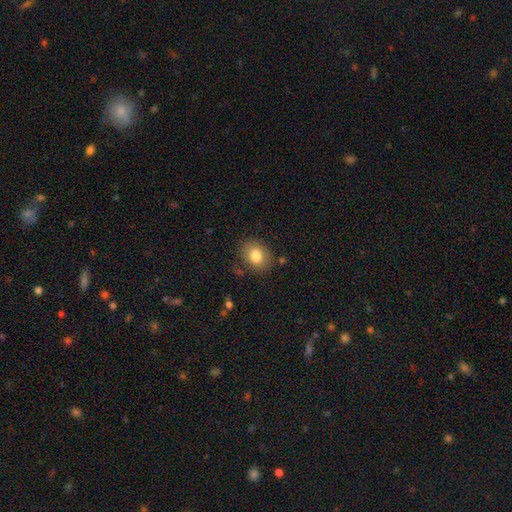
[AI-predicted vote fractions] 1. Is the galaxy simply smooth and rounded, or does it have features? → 81% smooth, 10% featured or disk, 9% star or artifact.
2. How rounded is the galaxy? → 58% in between, 41% round, 1% cigar-shaped.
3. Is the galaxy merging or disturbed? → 82% none, 12% minor disturbance, 3% major disturbance, 2% merger.